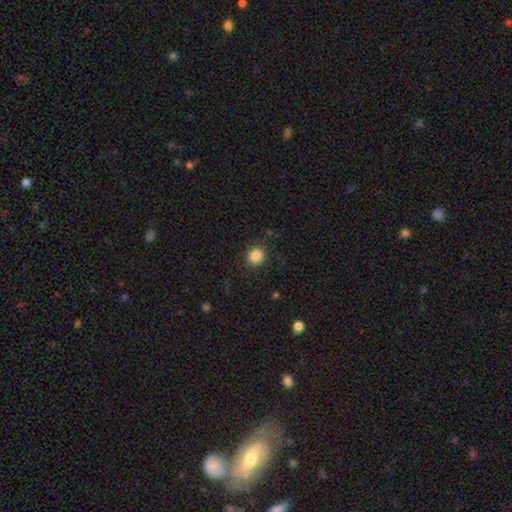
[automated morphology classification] A smooth galaxy with no disk features (86%) that is round (88%). Merging: none (88%).